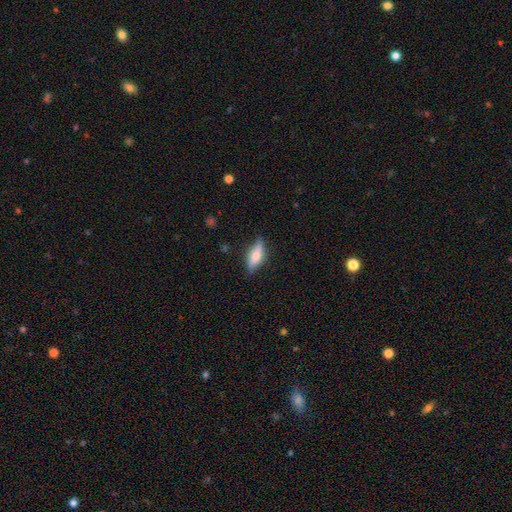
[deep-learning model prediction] smooth 58%, featured or disk 35%, star or artifact 7%. Down the decision tree: how rounded — in between (56%); merging — none (77%).